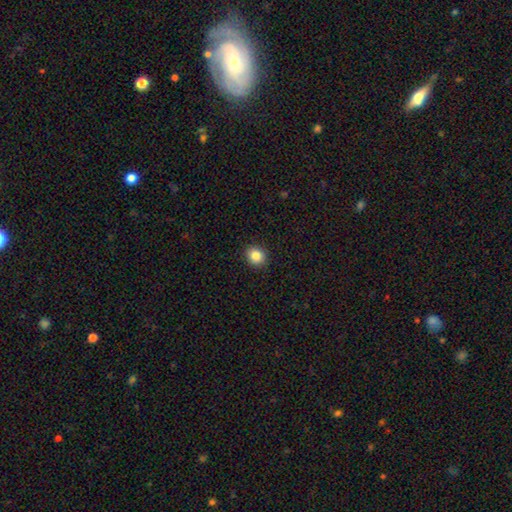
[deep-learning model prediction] A smooth galaxy with no disk features (85%) that is round (75%).

Vote fractions:
- Smooth or featured? smooth: 85% / star or artifact: 10% / featured or disk: 5%
- How rounded? round: 75% / in between: 24% / cigar-shaped: 1%
- Merging? none: 92% / minor disturbance: 6% / major disturbance: 2% / merger: 1%